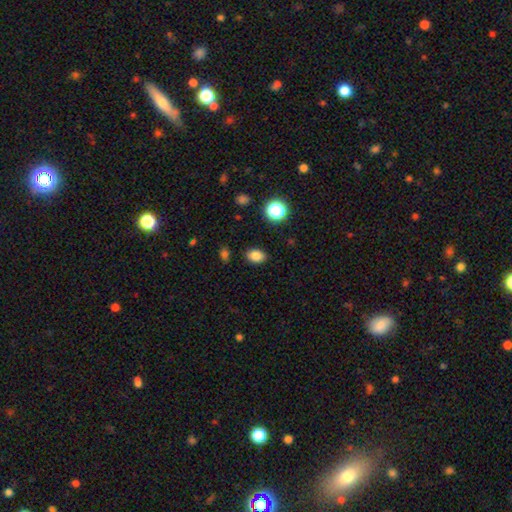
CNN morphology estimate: Smooth or featured? smooth (82%)
How rounded? in between (75%)
Merging? none (86%)